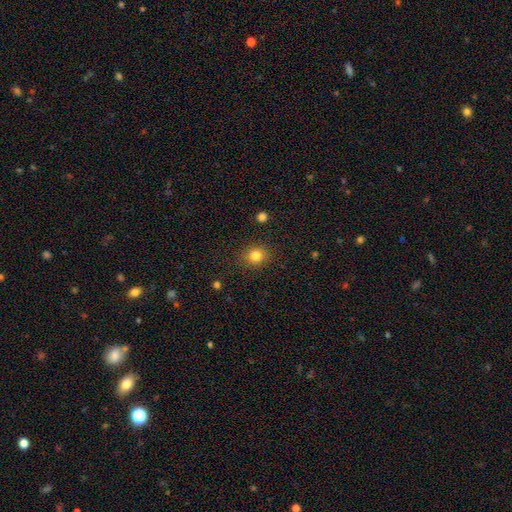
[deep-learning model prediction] Smooth or featured?
  - smooth: 82% *
  - star or artifact: 12%
  - featured or disk: 6%
How rounded?
  - round: 77% *
  - in between: 22%
  - cigar-shaped: 1%
Merging?
  - none: 88% *
  - minor disturbance: 8%
  - major disturbance: 3%
  - merger: 1%